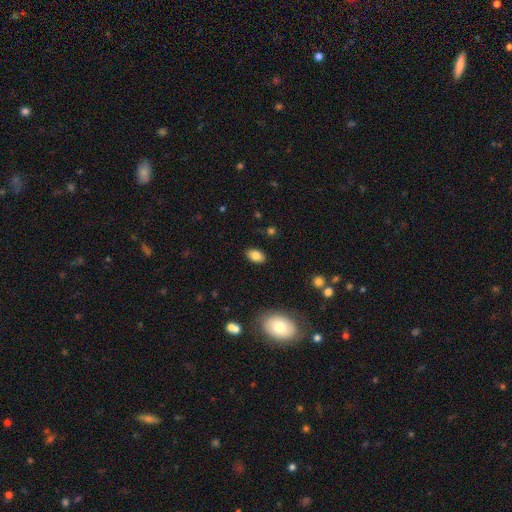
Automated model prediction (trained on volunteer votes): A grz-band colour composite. It shows a smooth galaxy with no disk features (83%) that is in between round and cigar-shaped (89%). Merging: none (87%).